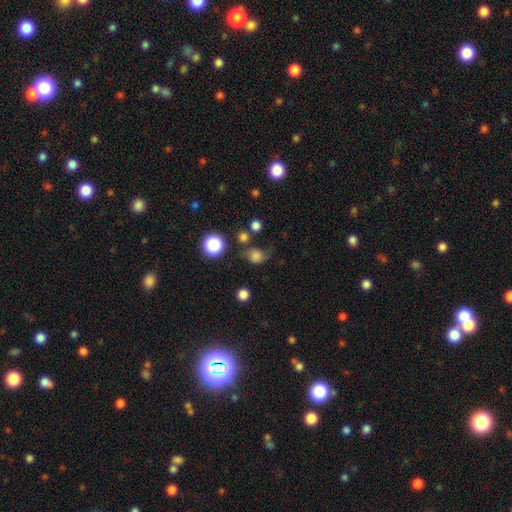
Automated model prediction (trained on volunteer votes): smooth-or-featured: smooth: 68% | star or artifact: 16% | featured or disk: 16%
  how-rounded: round: 66% | in between: 33% | cigar-shaped: 1%
  merging: none: 47% | minor disturbance: 28% | major disturbance: 19% | merger: 6%